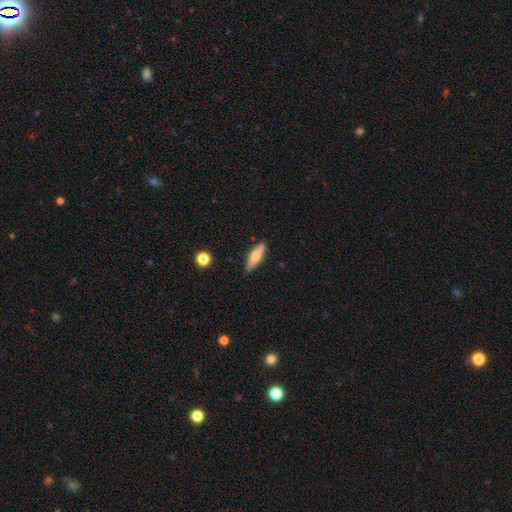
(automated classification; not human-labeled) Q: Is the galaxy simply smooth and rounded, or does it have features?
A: smooth — 64%.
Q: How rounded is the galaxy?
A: cigar-shaped — 63%.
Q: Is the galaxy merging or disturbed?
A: none — 85%.